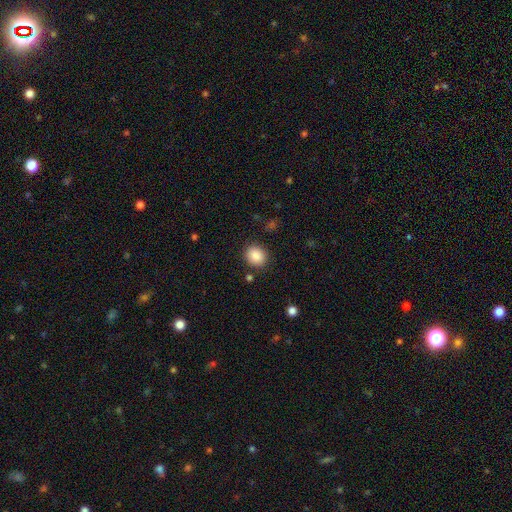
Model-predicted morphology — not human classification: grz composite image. It shows a smooth galaxy with no disk features (87%) that is round (73%). Merging: none (87%).